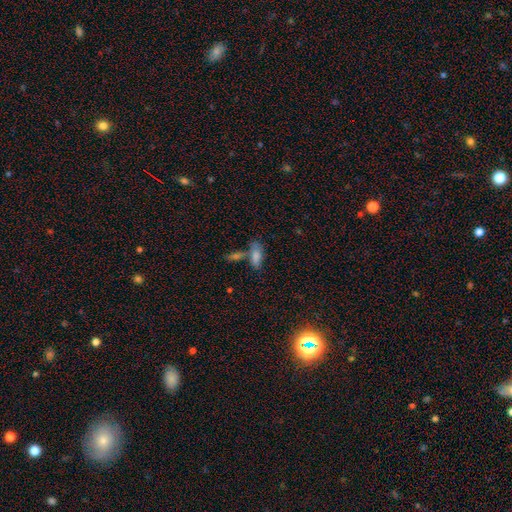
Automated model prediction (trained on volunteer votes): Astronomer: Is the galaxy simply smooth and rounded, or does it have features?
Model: smooth — 76%.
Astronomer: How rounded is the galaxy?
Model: in between — 78%.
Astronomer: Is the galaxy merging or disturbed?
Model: none — 40% (runner-up: merger, 38%).